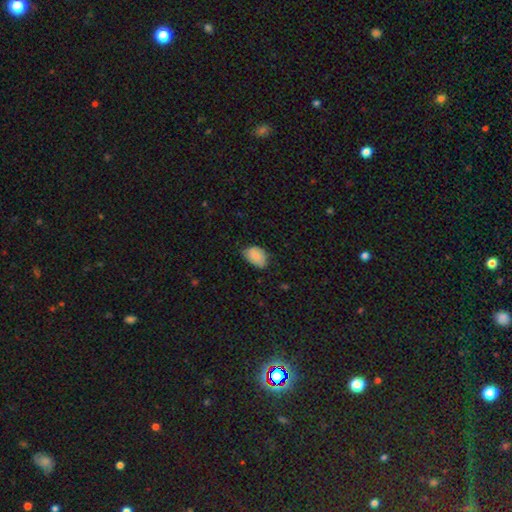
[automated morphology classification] Smooth or featured? smooth (82%)
How rounded? in between (86%)
Merging? none (58%)